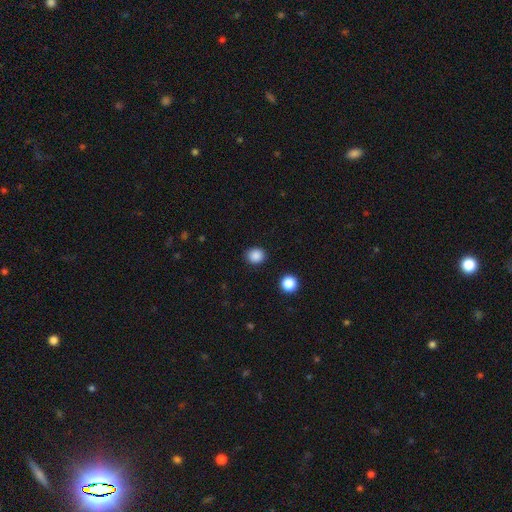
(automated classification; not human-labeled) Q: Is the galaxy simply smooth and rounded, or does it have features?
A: smooth — 86%.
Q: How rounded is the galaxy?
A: round — 81%.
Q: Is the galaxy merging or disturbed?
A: none — 89%.